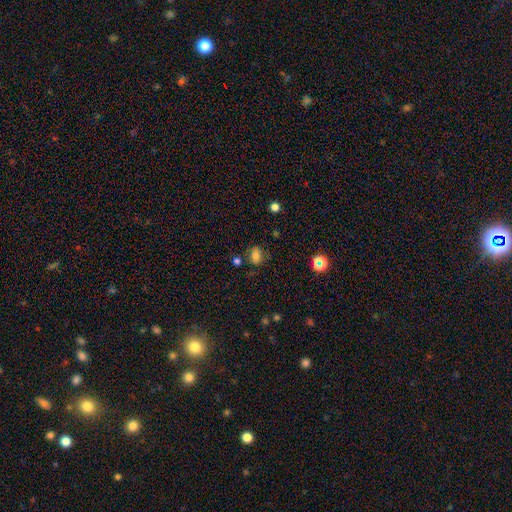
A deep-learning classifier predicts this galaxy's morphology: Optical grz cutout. It shows a smooth galaxy with no disk features (72%) that is in between round and cigar-shaped (60%). Merging: none (71%).